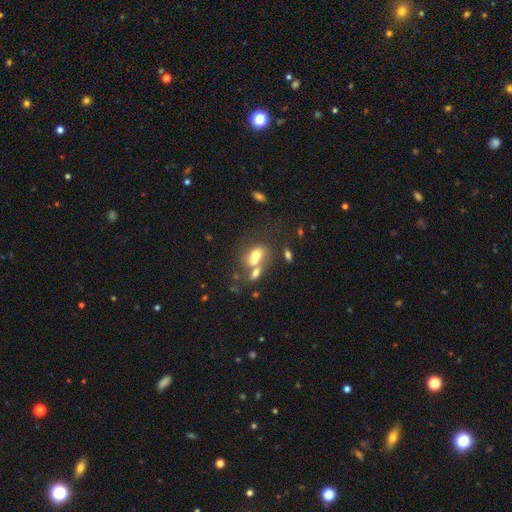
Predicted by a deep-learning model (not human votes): A smooth galaxy with no disk features (63%) that is in between round and cigar-shaped (66%).

Vote fractions:
- Smooth or featured? smooth: 63% / featured or disk: 25% / star or artifact: 12%
- How rounded? in between: 66% / round: 32% / cigar-shaped: 3%
- Merging? merger: 58% / none: 26% / minor disturbance: 9% / major disturbance: 7%